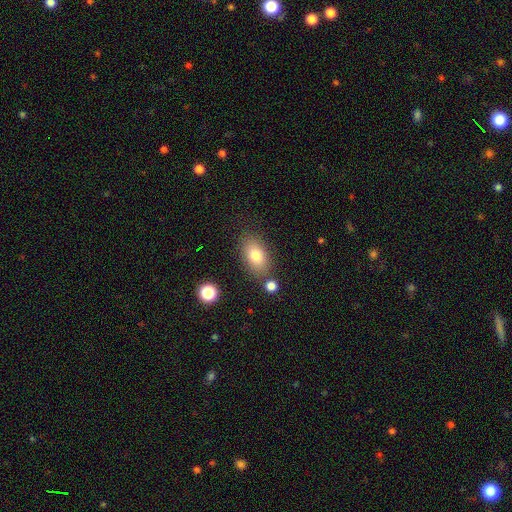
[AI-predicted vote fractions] Morphology: type=smooth (79%); roundness=in between (88%); merging=none (77%).